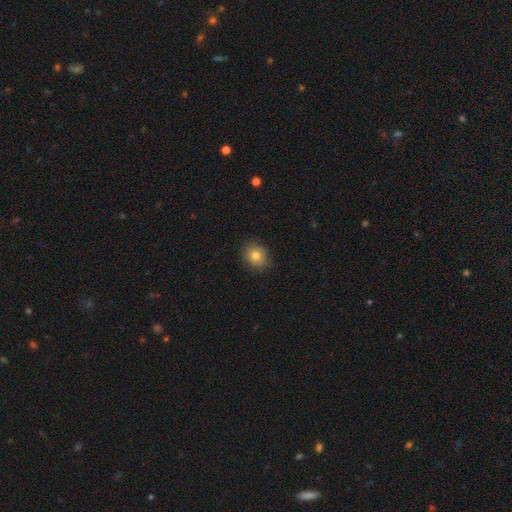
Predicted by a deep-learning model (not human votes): The model was most divided on "how rounded": round: 72%, in between: 27%, cigar-shaped: 1%. More confident: merging — none (86%); smooth or featured — smooth (79%).